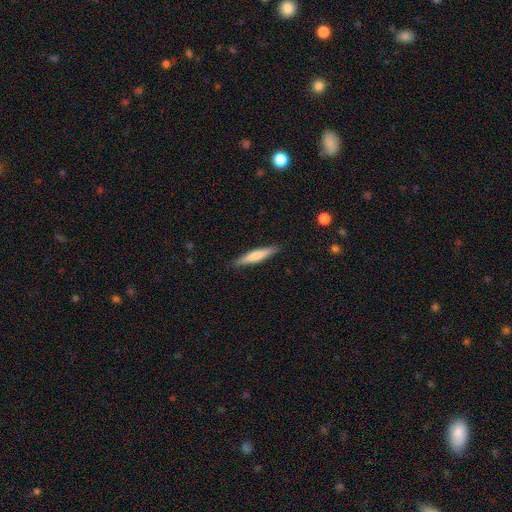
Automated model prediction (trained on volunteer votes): smooth_or_featured: smooth (p=0.64) [alt: featured or disk p=0.31]
how_rounded: cigar-shaped (p=0.91) [alt: in between p=0.08]
merging: none (p=0.89) [alt: minor disturbance p=0.08]